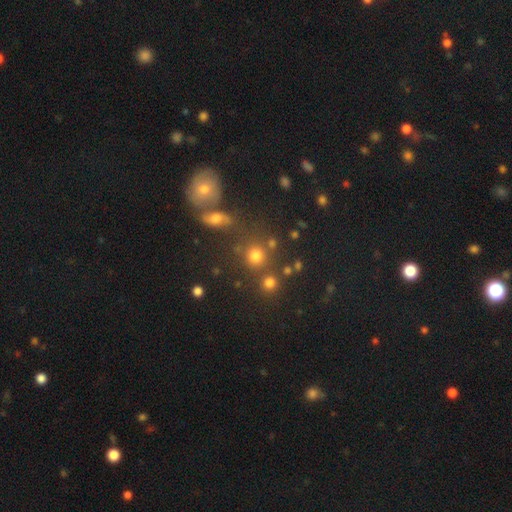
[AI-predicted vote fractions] smooth 76%, star or artifact 16%, featured or disk 9%. Down the decision tree: how rounded — round (87%); merging — none (70%).